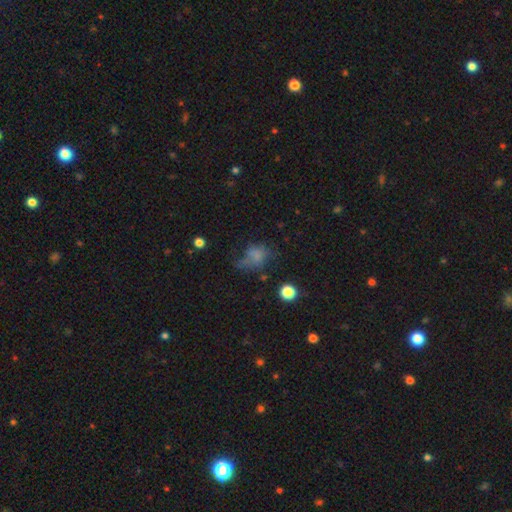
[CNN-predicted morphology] Smooth or featured?
  - smooth: 61% *
  - featured or disk: 21%
  - star or artifact: 18%
How rounded?
  - in between: 61% *
  - round: 37%
  - cigar-shaped: 2%
Merging?
  - major disturbance: 37% *
  - none: 32%
  - minor disturbance: 25%
  - merger: 6%